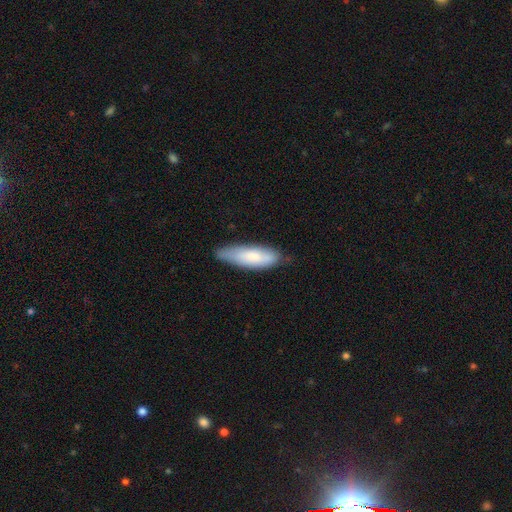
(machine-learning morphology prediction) type=smooth (75%); roundness=in between (55%); merging=none (66%).